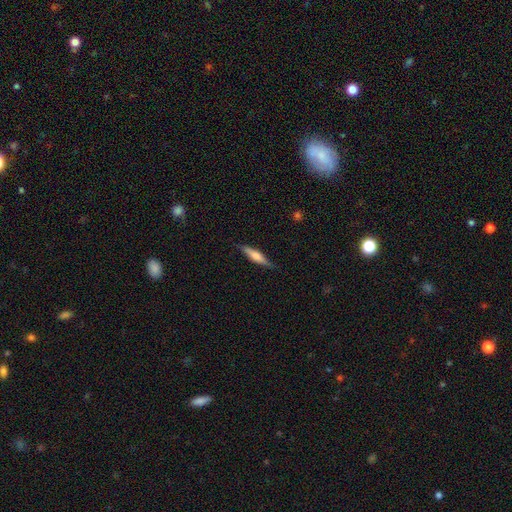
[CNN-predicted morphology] Smooth or featured? featured or disk (50%)
Merging? none (85%)